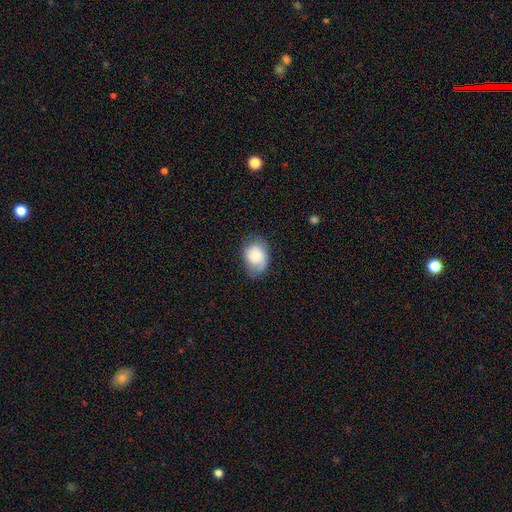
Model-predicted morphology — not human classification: smooth 77%, featured or disk 16%, star or artifact 8%. Down the decision tree: how rounded — in between (69%); merging — none (61%).